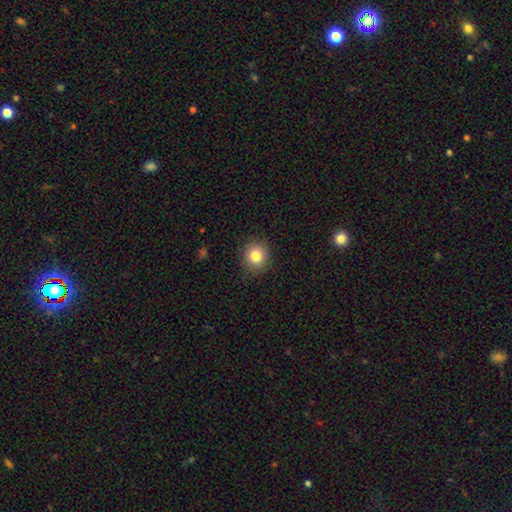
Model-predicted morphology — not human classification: Smooth or featured?
  - smooth: 83% *
  - star or artifact: 11%
  - featured or disk: 7%
How rounded?
  - round: 88% *
  - in between: 11%
  - cigar-shaped: 1%
Merging?
  - none: 89% *
  - minor disturbance: 7%
  - major disturbance: 2%
  - merger: 1%